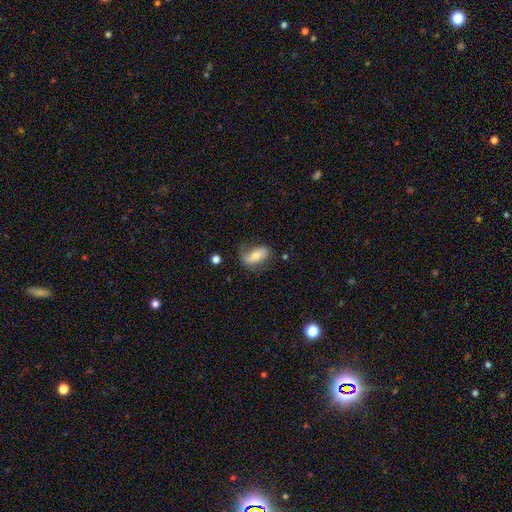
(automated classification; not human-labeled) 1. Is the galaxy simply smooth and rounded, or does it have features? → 58% smooth, 34% featured or disk, 8% star or artifact.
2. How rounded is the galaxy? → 86% in between, 8% cigar-shaped, 6% round.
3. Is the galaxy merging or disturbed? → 60% none, 26% minor disturbance, 11% major disturbance, 2% merger.